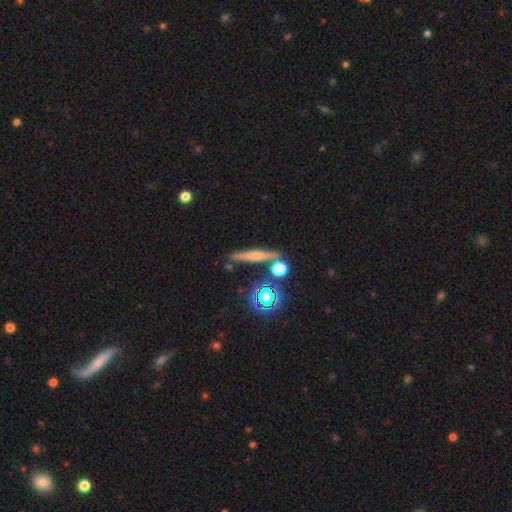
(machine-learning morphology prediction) Q: Smooth or featured?
A: smooth (46%); runner-up: featured or disk (38%)
Q: Merging?
A: none (80%); runner-up: minor disturbance (9%)